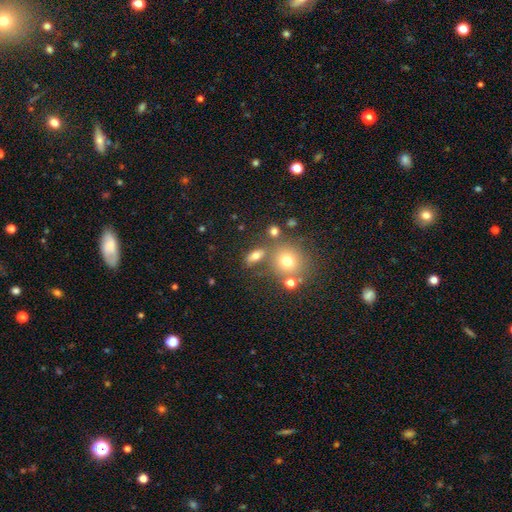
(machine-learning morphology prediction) type=smooth (69%); roundness=in between (68%); merging=none (66%).